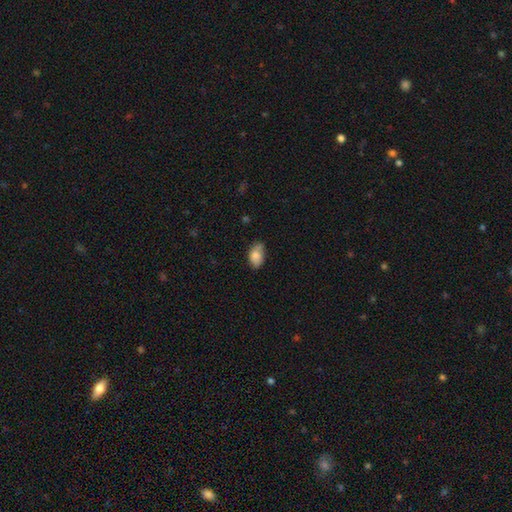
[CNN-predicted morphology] Smooth or featured: smooth — 81% (featured or disk — 11%)
How rounded: in between — 90% (round — 8%)
Merging: none — 60% (minor disturbance — 31%)